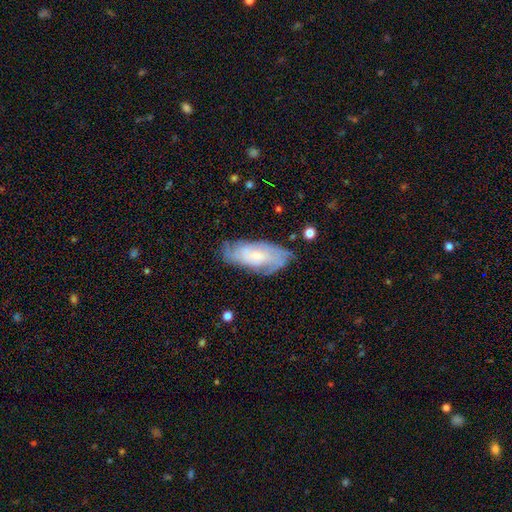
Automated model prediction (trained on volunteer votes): Smooth or featured? featured or disk (60%)
Edge-on disk? no (89%)
Bar? no (67%)
Spiral arms? yes (85%)
Bulge size? small (54%)
Merging? none (71%)